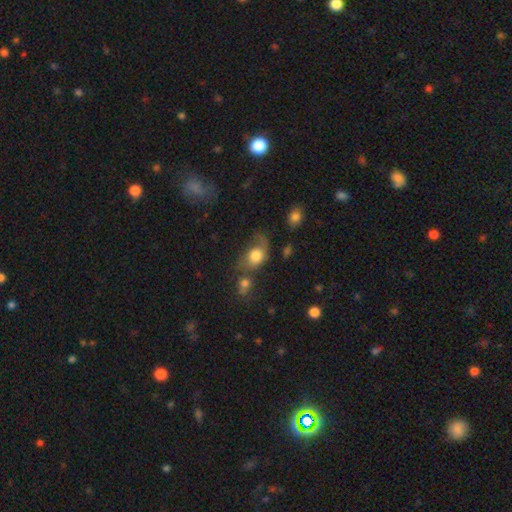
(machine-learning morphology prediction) type=smooth (73%); roundness=in between (61%); merging=none (31%).